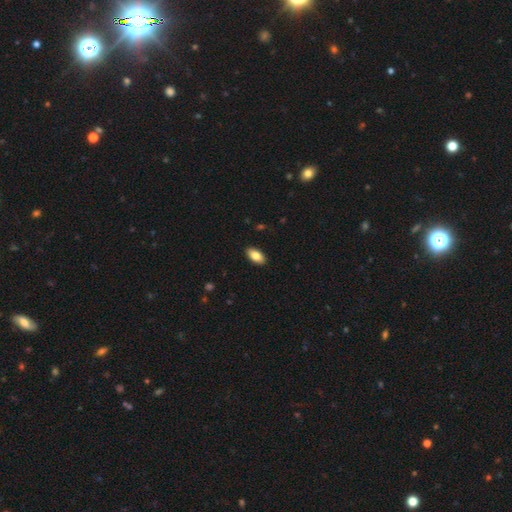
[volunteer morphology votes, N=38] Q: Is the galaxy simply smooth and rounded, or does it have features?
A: smooth — 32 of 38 (84%).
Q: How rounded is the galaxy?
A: in between — 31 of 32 (97%).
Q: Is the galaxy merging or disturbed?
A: none — 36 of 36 (100%).